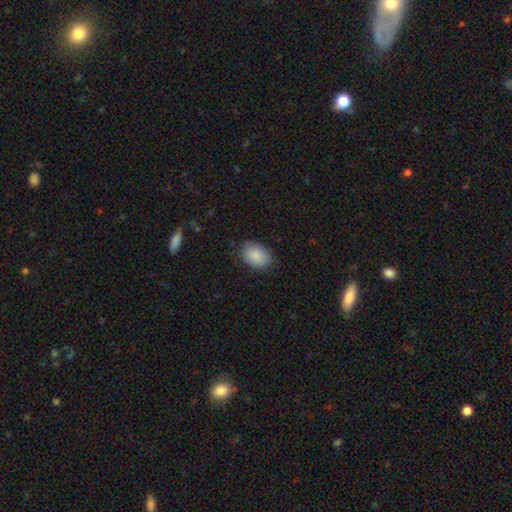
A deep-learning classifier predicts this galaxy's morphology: A smooth galaxy with no disk features (88%) that is in between round and cigar-shaped (77%). Merging: none (80%).